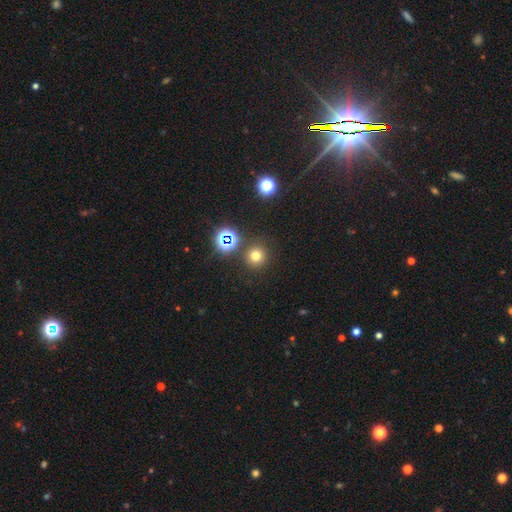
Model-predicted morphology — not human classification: smooth 68%, star or artifact 24%, featured or disk 7%. Down the decision tree: how rounded — round (94%); merging — none (85%).